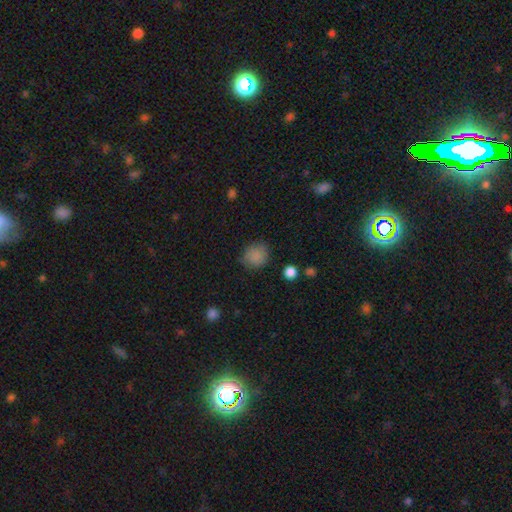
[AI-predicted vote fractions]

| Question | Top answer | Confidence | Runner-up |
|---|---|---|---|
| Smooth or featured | smooth | 84% | star or artifact (11%) |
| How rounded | round | 81% | in between (18%) |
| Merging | none | 78% | minor disturbance (16%) |